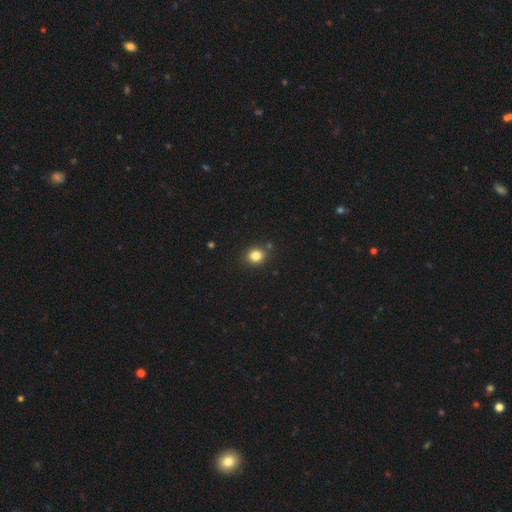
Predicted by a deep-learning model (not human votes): Smooth or featured?
  - smooth: 83% *
  - star or artifact: 12%
  - featured or disk: 6%
How rounded?
  - round: 74% *
  - in between: 25%
  - cigar-shaped: 1%
Merging?
  - none: 84% *
  - minor disturbance: 9%
  - merger: 5%
  - major disturbance: 2%